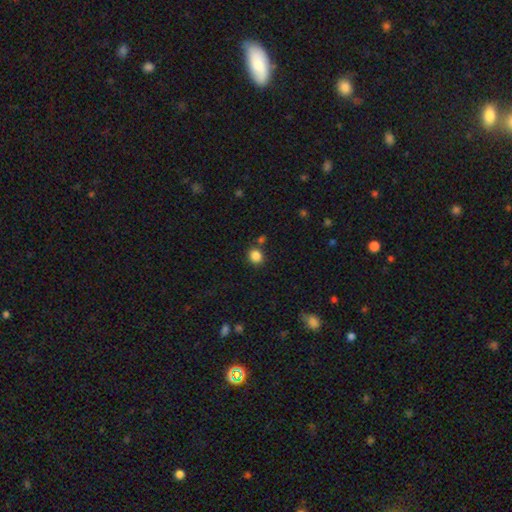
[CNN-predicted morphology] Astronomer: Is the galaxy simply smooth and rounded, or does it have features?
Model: smooth — 85%.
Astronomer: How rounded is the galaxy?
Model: round — 82%.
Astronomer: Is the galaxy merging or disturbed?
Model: none — 78%.